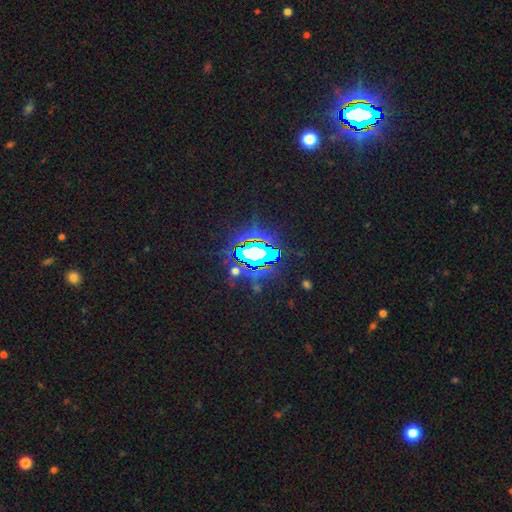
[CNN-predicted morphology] This appears to be a star or artifact, not a galaxy (74%).